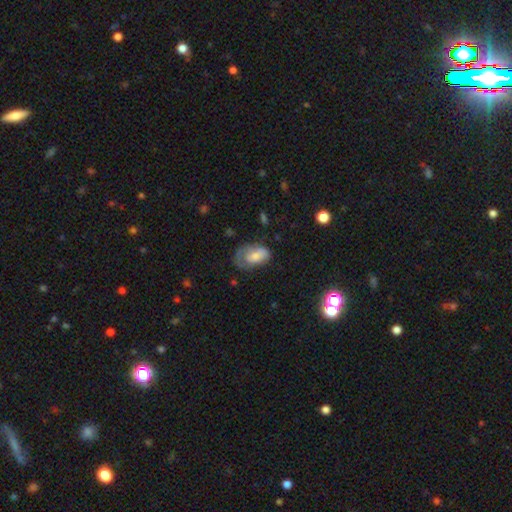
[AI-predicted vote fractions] smooth_or_featured: smooth (p=0.60) [alt: featured or disk p=0.32]
how_rounded: in between (p=0.89) [alt: round p=0.09]
merging: none (p=0.35) [alt: minor disturbance p=0.33]